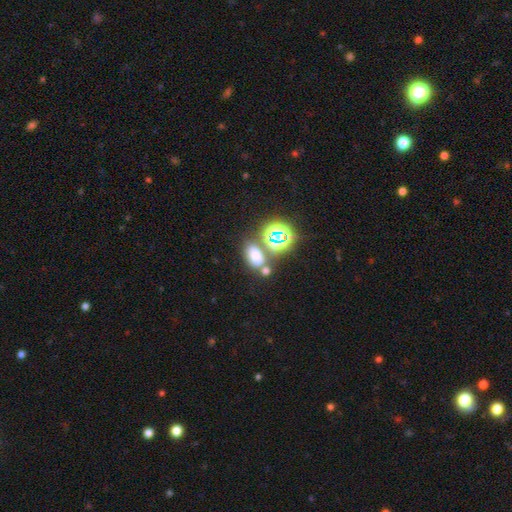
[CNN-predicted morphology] A smooth galaxy with no disk features (62%) that is in between round and cigar-shaped (72%). Merging: none (59%).